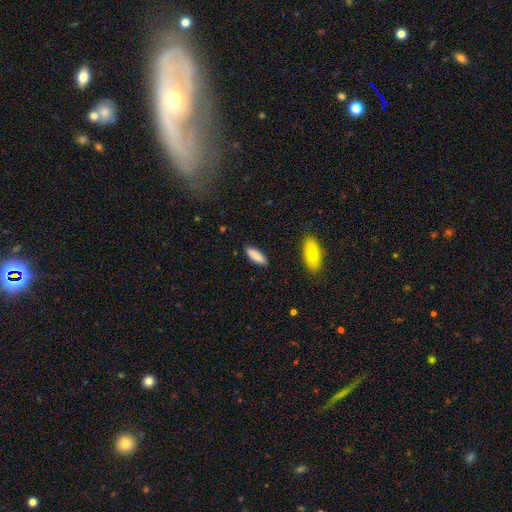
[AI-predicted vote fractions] Morphology: type=smooth (87%); roundness=in between (51%); merging=none (88%).